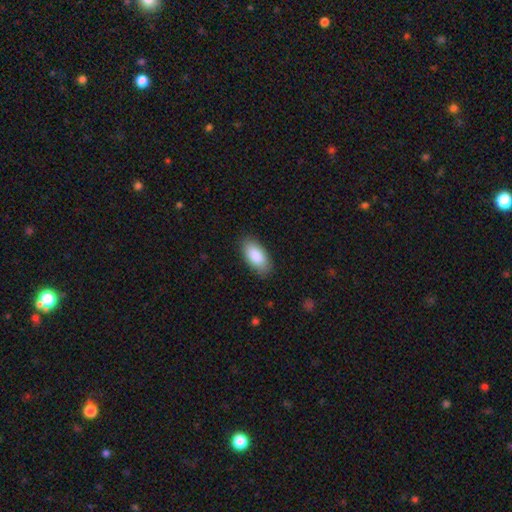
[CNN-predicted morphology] This appears to be a smooth galaxy with no disk features (88%) that is in between round and cigar-shaped (93%). Merging: none (86%).